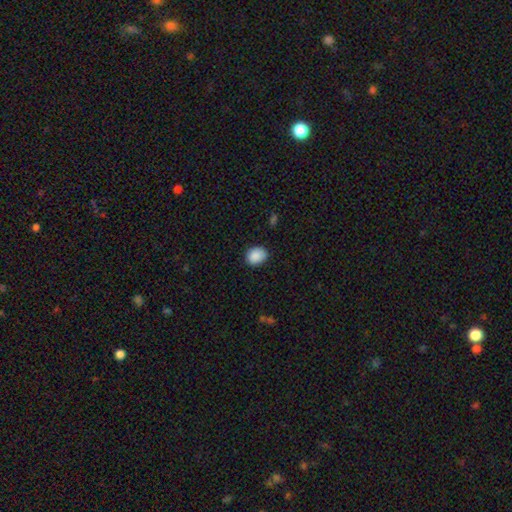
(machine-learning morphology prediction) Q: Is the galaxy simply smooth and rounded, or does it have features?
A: smooth — 89%.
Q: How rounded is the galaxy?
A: round — 50%.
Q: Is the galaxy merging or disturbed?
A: none — 85%.